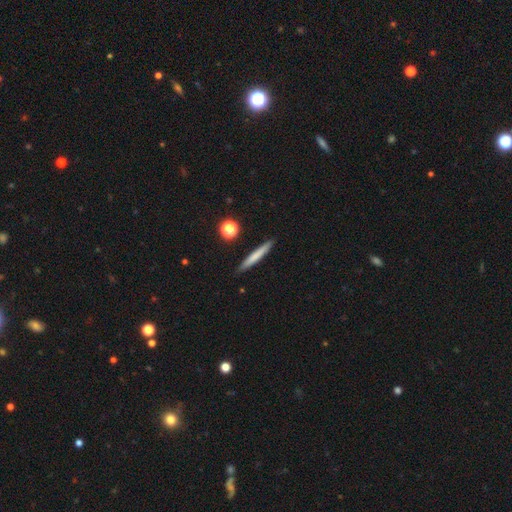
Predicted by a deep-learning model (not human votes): Overall: smooth (68%). How rounded: cigar-shaped (95%). Merging: none (90%).